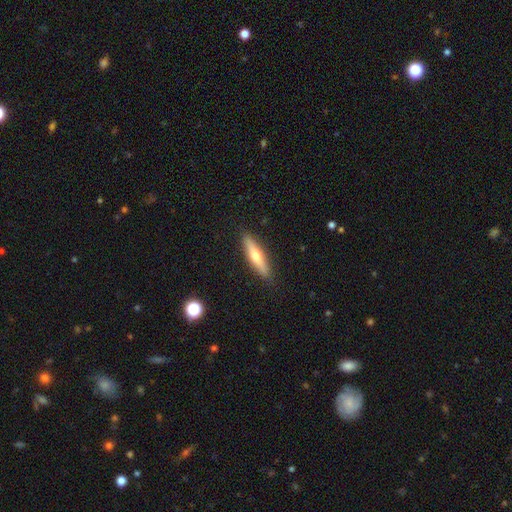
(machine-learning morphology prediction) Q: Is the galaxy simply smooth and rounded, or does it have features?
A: smooth — 48%.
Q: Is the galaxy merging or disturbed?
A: none — 90%.